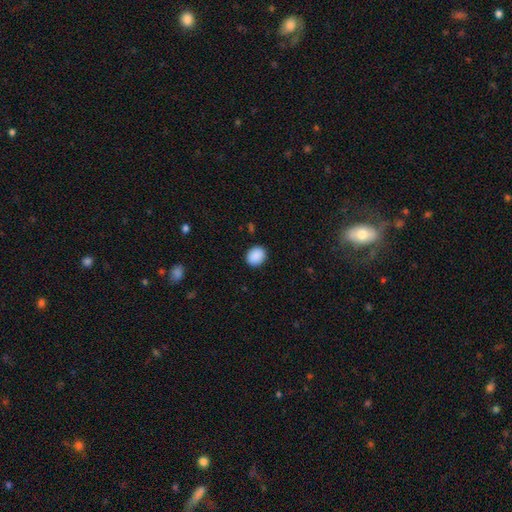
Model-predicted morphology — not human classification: Overall: smooth (90%). How rounded: round (54%; in between 45%). Merging: none (90%).